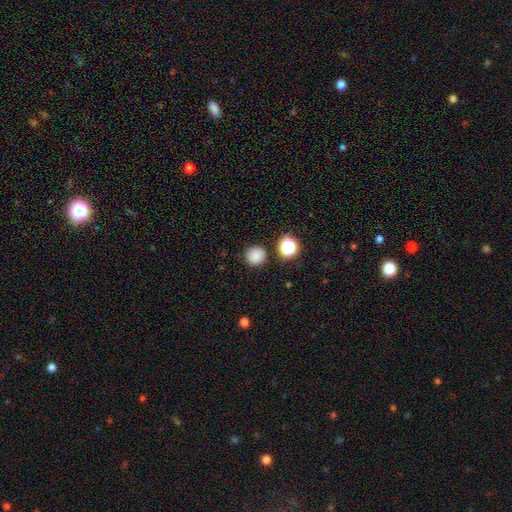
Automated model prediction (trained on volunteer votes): Q: Smooth or featured?
A: smooth (83%); runner-up: star or artifact (13%)
Q: How rounded?
A: round (93%); runner-up: in between (6%)
Q: Merging?
A: none (87%); runner-up: minor disturbance (7%)